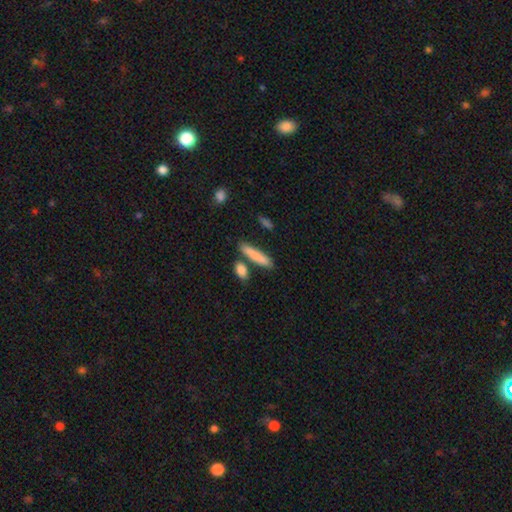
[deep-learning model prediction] Smooth or featured?
  - smooth: 84% *
  - featured or disk: 11%
  - star or artifact: 6%
How rounded?
  - cigar-shaped: 79% *
  - in between: 19%
  - round: 3%
Merging?
  - none: 77% *
  - minor disturbance: 10%
  - merger: 10%
  - major disturbance: 3%